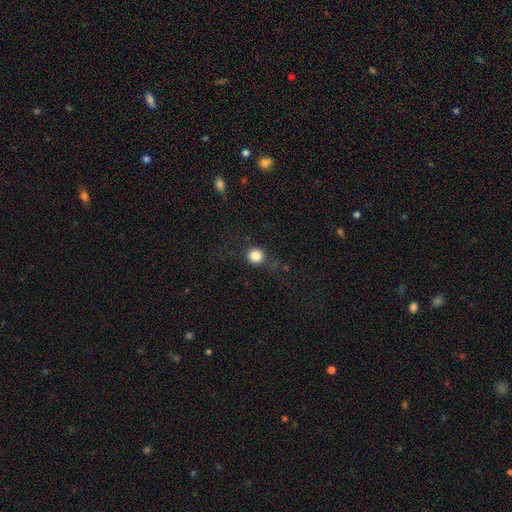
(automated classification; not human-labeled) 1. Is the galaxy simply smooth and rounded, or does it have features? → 84% smooth, 11% star or artifact, 5% featured or disk.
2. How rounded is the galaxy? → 91% round, 8% in between, 1% cigar-shaped.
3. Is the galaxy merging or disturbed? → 83% none, 11% minor disturbance, 5% major disturbance, 2% merger.